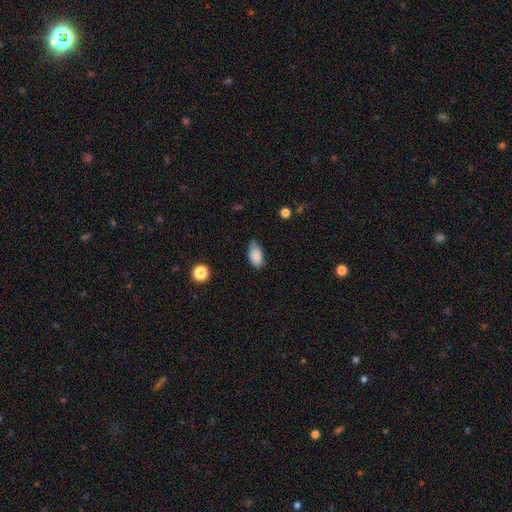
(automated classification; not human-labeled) Smooth or featured? Predicted: smooth (p=0.86). How rounded? Predicted: in between (p=0.92). Merging? Predicted: none (p=0.59).